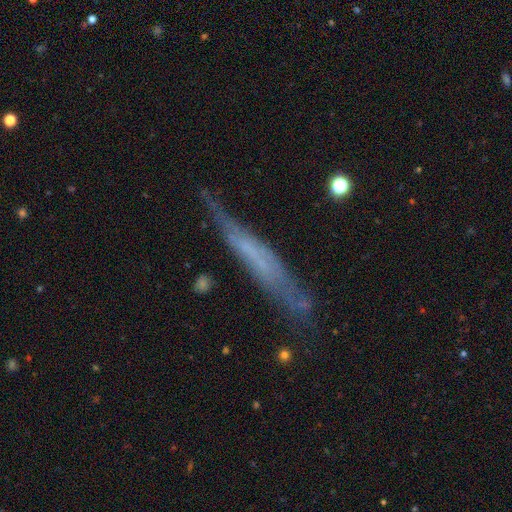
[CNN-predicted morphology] A featured or disk galaxy (58%) viewed edge-on (83%). Merging: none (66%).